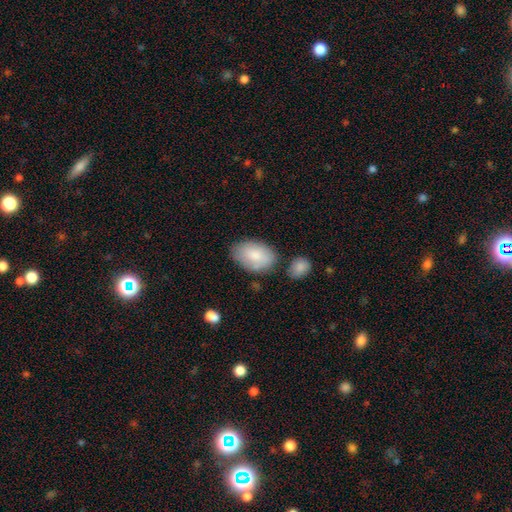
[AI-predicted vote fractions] smooth_or_featured: smooth (p=0.81) [alt: featured or disk p=0.13]
how_rounded: in between (p=0.91) [alt: round p=0.07]
merging: none (p=0.67) [alt: minor disturbance p=0.20]